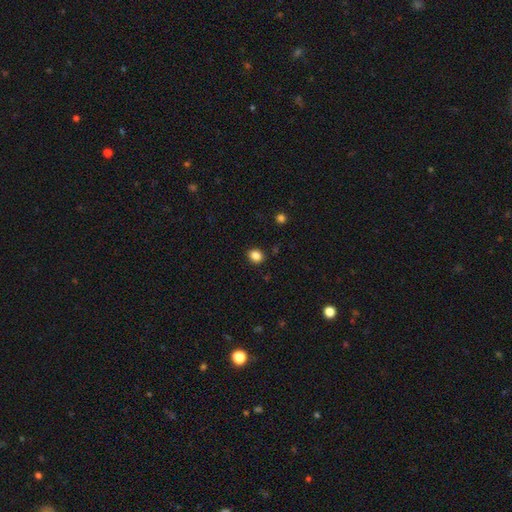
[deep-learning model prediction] This appears to be a smooth galaxy with no disk features (85%) that is round (64%). Merging: none (89%).